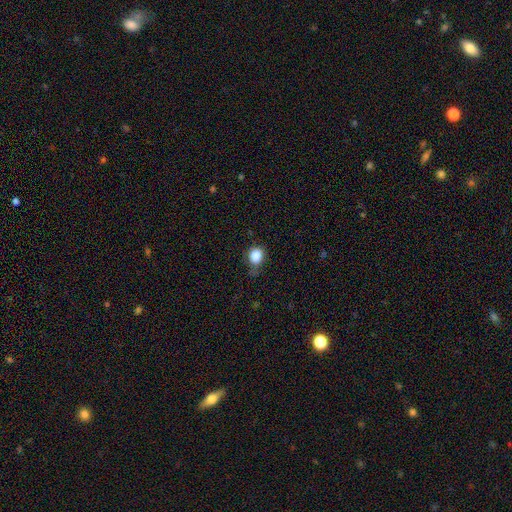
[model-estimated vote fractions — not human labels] Smooth or featured: smooth — 86% (star or artifact — 9%)
How rounded: round — 58% (in between — 41%)
Merging: none — 57% (minor disturbance — 31%)